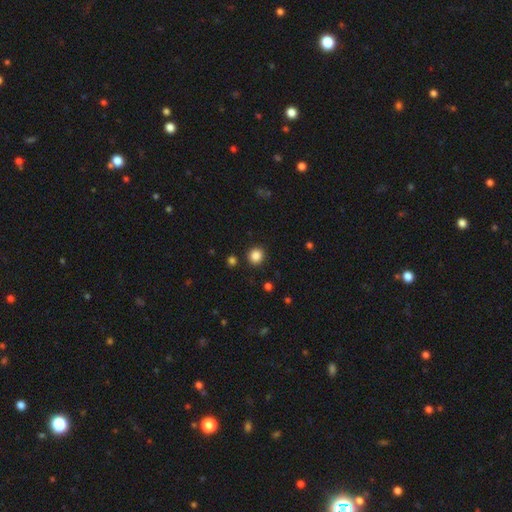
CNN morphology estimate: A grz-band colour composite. It shows a smooth galaxy with no disk features (86%) that is round (89%). Merging: none (90%).